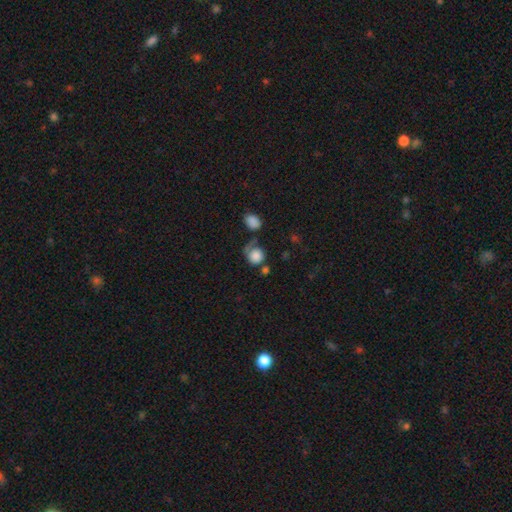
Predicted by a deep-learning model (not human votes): Smooth or featured? smooth (80%)
How rounded? round (84%)
Merging? none (41%)